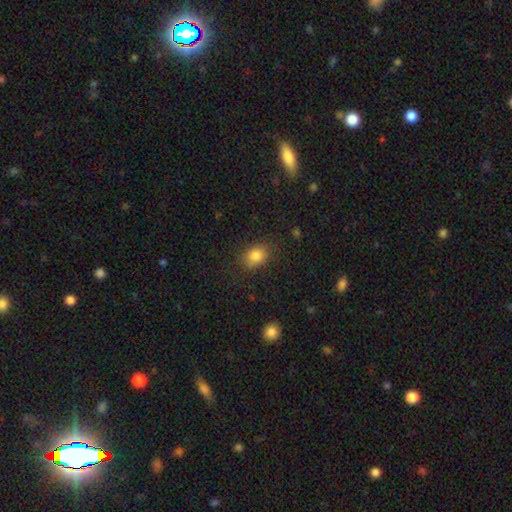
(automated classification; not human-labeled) A smooth galaxy with no disk features (82%) that is in between round and cigar-shaped (57%).

Vote fractions:
- Smooth or featured? smooth: 82% / star or artifact: 11% / featured or disk: 7%
- How rounded? in between: 57% / round: 42% / cigar-shaped: 1%
- Merging? none: 79% / minor disturbance: 15% / major disturbance: 5% / merger: 1%